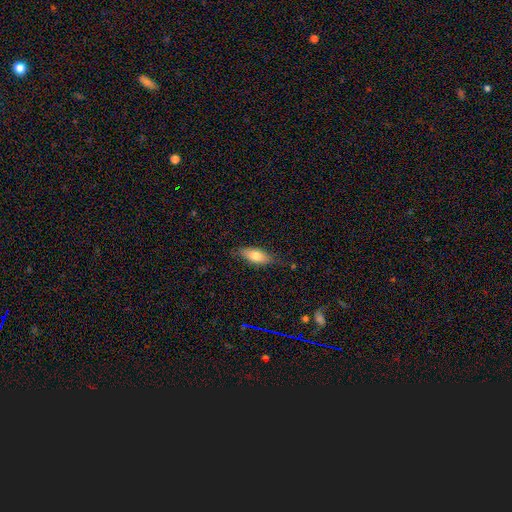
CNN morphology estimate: type=smooth (72%); roundness=in between (76%); merging=none (74%).